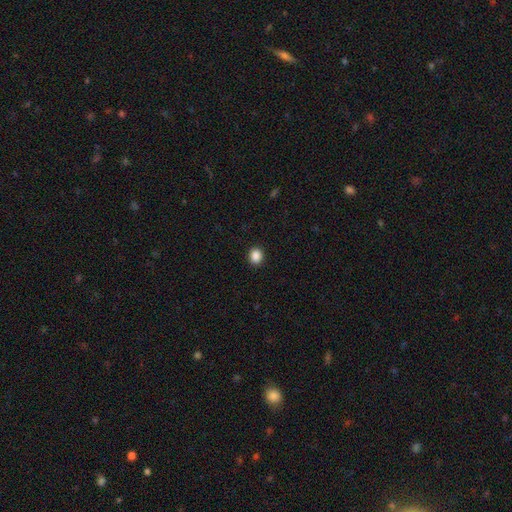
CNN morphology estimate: This appears to be a smooth galaxy with no disk features (88%) that is round (69%). Merging: none (91%).